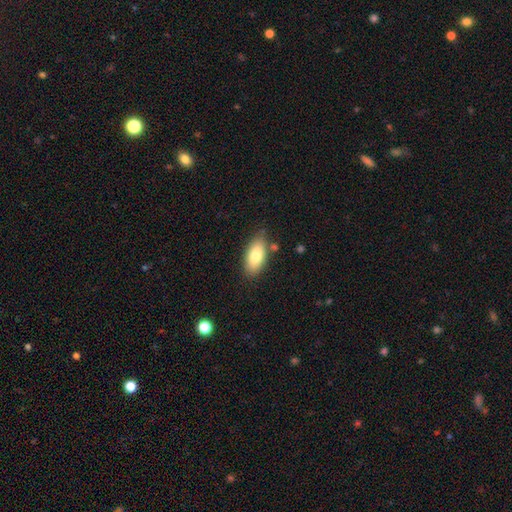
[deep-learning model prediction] A smooth galaxy with no disk features (79%) that is in between round and cigar-shaped (90%).

Vote fractions:
- Smooth or featured? smooth: 79% / featured or disk: 14% / star or artifact: 7%
- How rounded? in between: 90% / cigar-shaped: 7% / round: 3%
- Merging? none: 79% / minor disturbance: 14% / merger: 4% / major disturbance: 3%